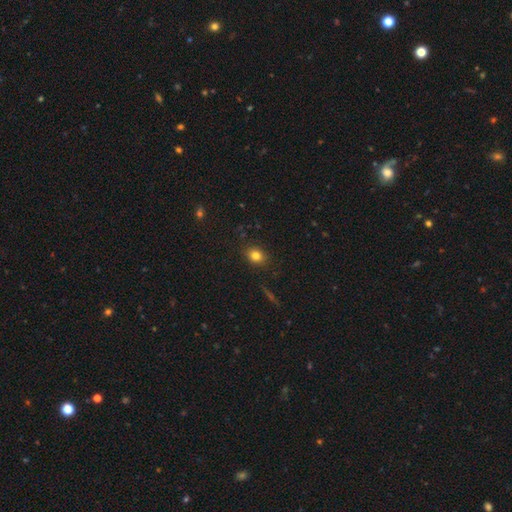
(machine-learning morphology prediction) Smooth or featured?
  - smooth: 81% *
  - star or artifact: 12%
  - featured or disk: 7%
How rounded?
  - in between: 51% *
  - round: 48%
  - cigar-shaped: 1%
Merging?
  - none: 87% *
  - minor disturbance: 9%
  - major disturbance: 2%
  - merger: 1%